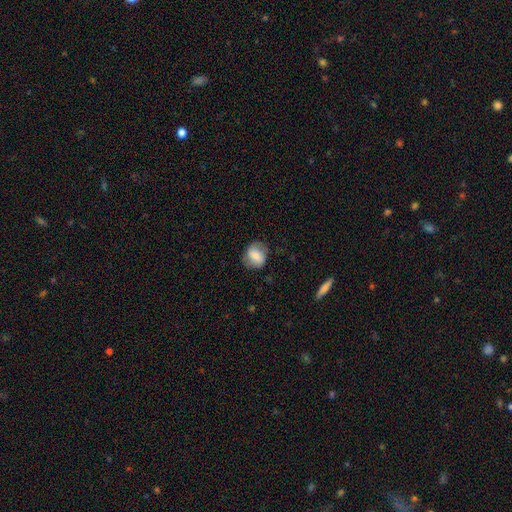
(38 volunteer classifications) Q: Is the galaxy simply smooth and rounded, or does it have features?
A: smooth — 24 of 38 (63%).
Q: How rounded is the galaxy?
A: round — 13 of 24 (54%).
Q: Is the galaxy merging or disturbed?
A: none — 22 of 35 (63%).